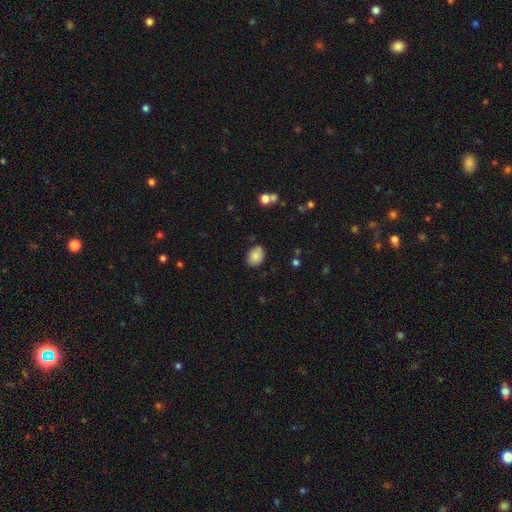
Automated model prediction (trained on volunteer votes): Q: Smooth or featured?
A: smooth (85%); runner-up: star or artifact (8%)
Q: How rounded?
A: in between (67%); runner-up: round (32%)
Q: Merging?
A: none (79%); runner-up: minor disturbance (16%)